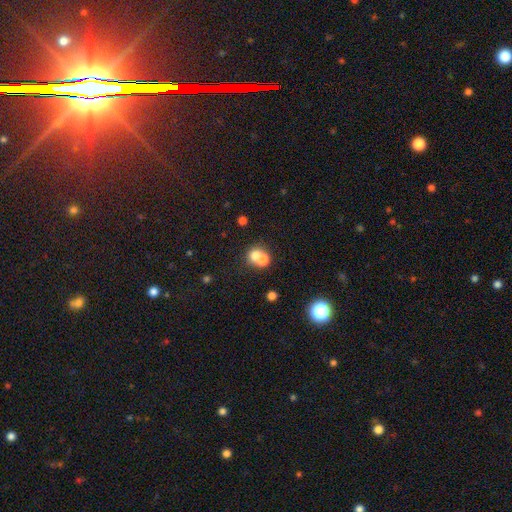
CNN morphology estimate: Smooth or featured?
  - smooth: 69% *
  - featured or disk: 18%
  - star or artifact: 13%
How rounded?
  - round: 77% *
  - in between: 22%
  - cigar-shaped: 1%
Merging?
  - merger: 60% *
  - none: 32%
  - minor disturbance: 5%
  - major disturbance: 3%